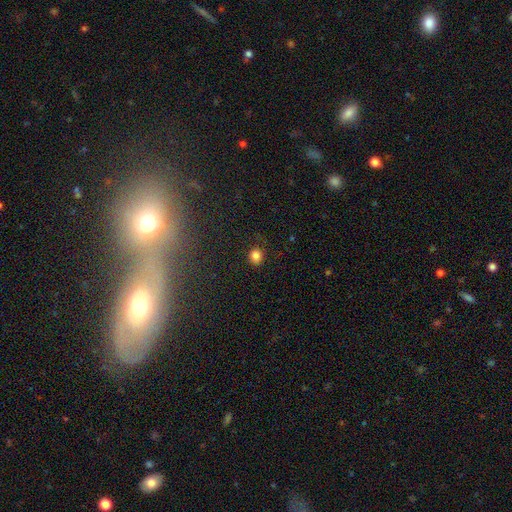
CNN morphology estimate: Overall: smooth (83%). How rounded: round (76%). Merging: none (85%).